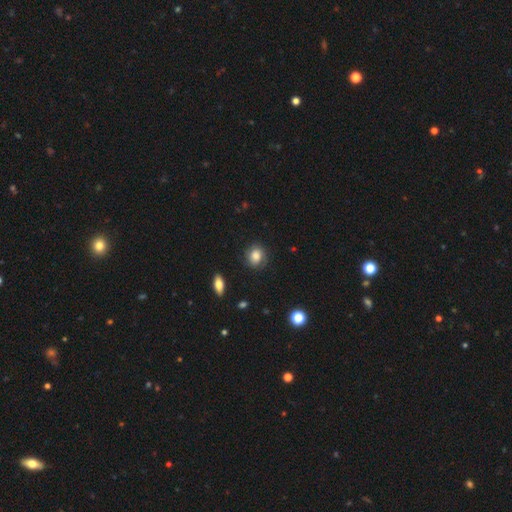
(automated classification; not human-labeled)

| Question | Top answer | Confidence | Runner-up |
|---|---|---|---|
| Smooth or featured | smooth | 74% | featured or disk (17%) |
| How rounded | round | 73% | in between (26%) |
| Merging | none | 77% | minor disturbance (16%) |